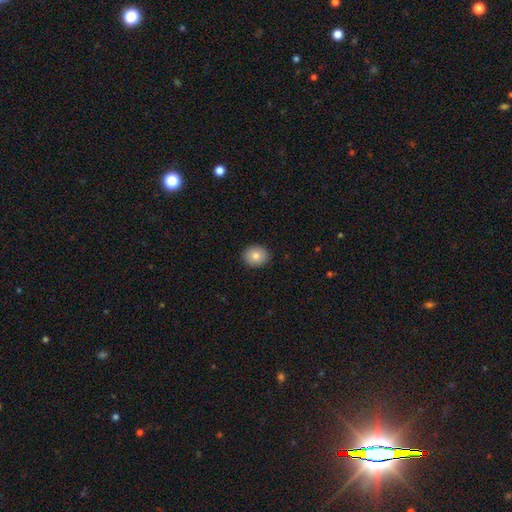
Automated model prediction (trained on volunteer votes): Smooth or featured?
  - smooth: 81% *
  - featured or disk: 10%
  - star or artifact: 9%
How rounded?
  - round: 72% *
  - in between: 27%
  - cigar-shaped: 1%
Merging?
  - none: 90% *
  - minor disturbance: 7%
  - major disturbance: 2%
  - merger: 1%